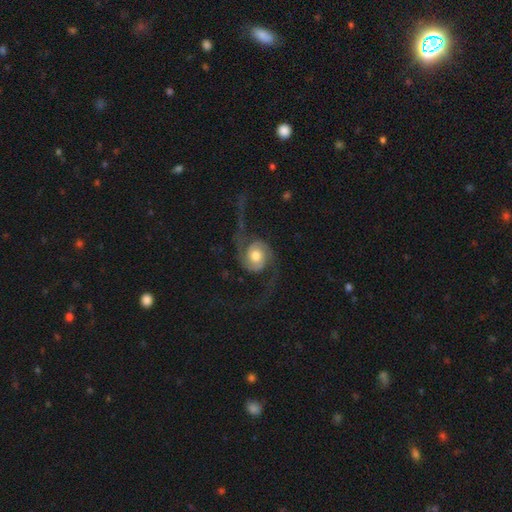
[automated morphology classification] smooth-or-featured: featured or disk: 86% | smooth: 9% | star or artifact: 5%
  disk-edge-on: no: 97% | yes: 3%
    bar: no: 68% | weak: 24% | strong: 8%
    has-spiral-arms: yes: 97% | no: 3%
      spiral-winding: loose: 56% | medium: 31% | tight: 12%
      spiral-arm-count: 2: 93% | can't tell: 2% | 1: 2% | 3: 1% | 4: 1% | more than 4: 1%
    bulge-size: moderate: 66% | large: 21% | small: 8% | dominant: 3% | none: 2%
  merging: none: 61% | major disturbance: 25% | minor disturbance: 12% | merger: 2%